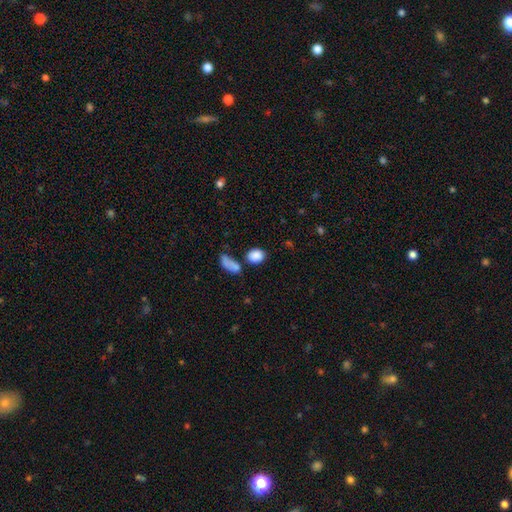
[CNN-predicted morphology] Smooth or featured? Predicted: smooth (p=0.86). How rounded? Predicted: in between (p=0.56). Merging? Predicted: none (p=0.60).